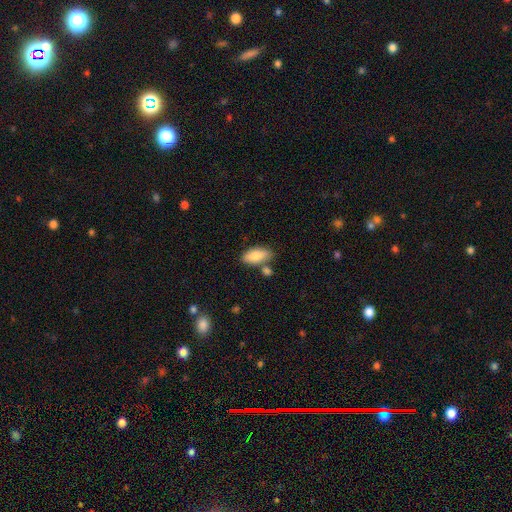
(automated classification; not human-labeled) Morphology: type=smooth (82%); roundness=in between (88%); merging=none (71%).